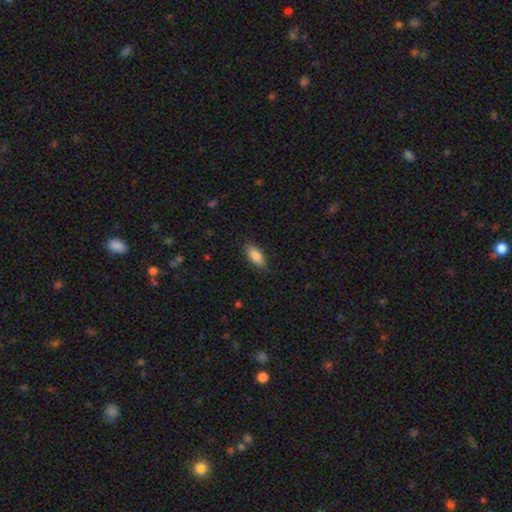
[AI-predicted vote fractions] Q: Smooth or featured?
A: smooth (85%); runner-up: featured or disk (8%)
Q: How rounded?
A: in between (83%); runner-up: cigar-shaped (15%)
Q: Merging?
A: none (83%); runner-up: minor disturbance (13%)